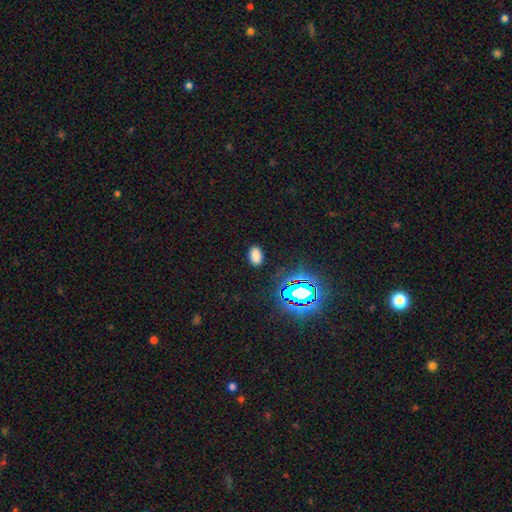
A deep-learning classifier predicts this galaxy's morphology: smooth_or_featured: smooth (p=0.74) [alt: star or artifact p=0.21]
how_rounded: in between (p=0.90) [alt: round p=0.09]
merging: none (p=0.86) [alt: minor disturbance p=0.09]